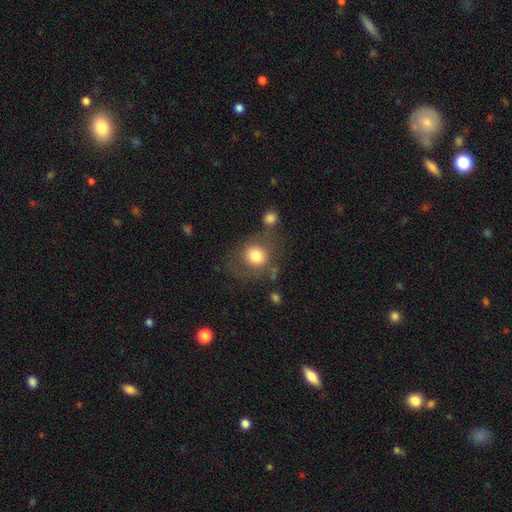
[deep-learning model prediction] Smooth or featured? smooth (75%)
How rounded? round (78%)
Merging? none (61%)